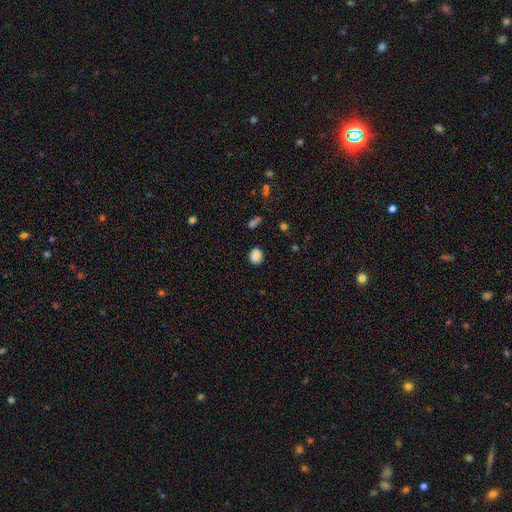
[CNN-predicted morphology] A smooth galaxy with no disk features (86%) that is round (59%).

Vote fractions:
- Smooth or featured? smooth: 86% / star or artifact: 10% / featured or disk: 4%
- How rounded? round: 59% / in between: 40% / cigar-shaped: 1%
- Merging? none: 84% / minor disturbance: 11% / major disturbance: 3% / merger: 2%